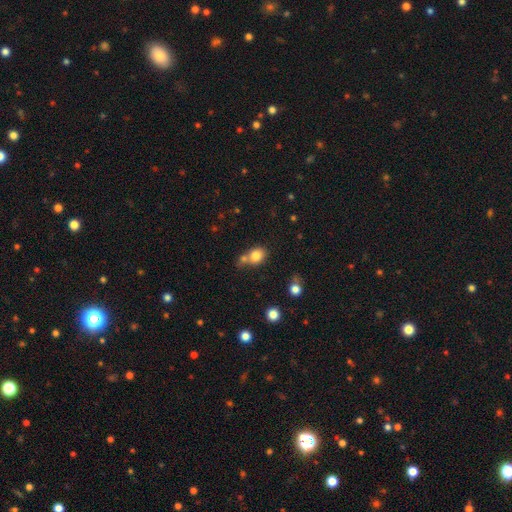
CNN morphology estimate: type=smooth (80%); roundness=round (56%); merging=none (42%).